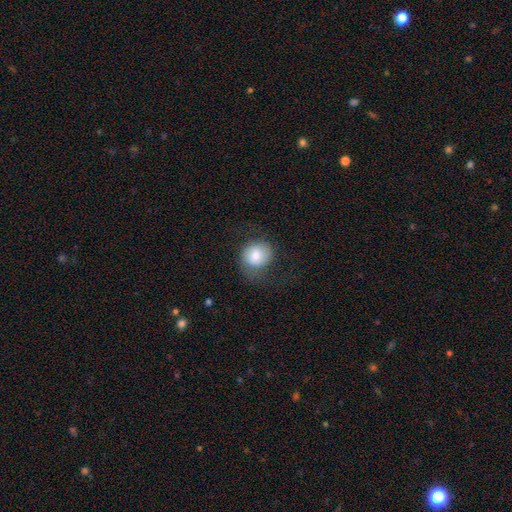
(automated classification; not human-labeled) A smooth galaxy with no disk features (74%) that is round (76%).

Vote fractions:
- Smooth or featured? smooth: 74% / featured or disk: 18% / star or artifact: 8%
- How rounded? round: 76% / in between: 23% / cigar-shaped: 1%
- Merging? none: 55% / minor disturbance: 23% / major disturbance: 20% / merger: 1%